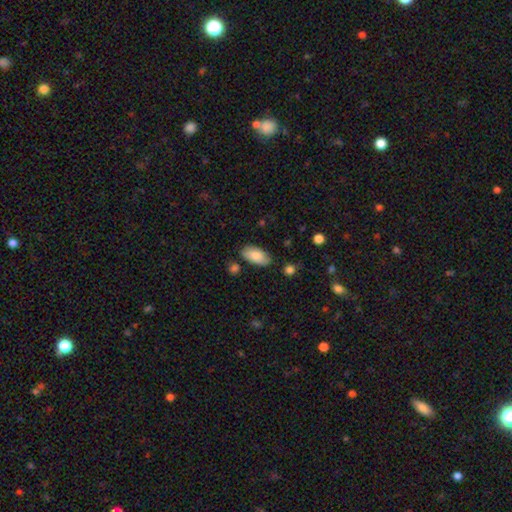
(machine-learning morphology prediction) smooth_or_featured: smooth (p=0.84) [alt: featured or disk p=0.09]
how_rounded: in between (p=0.93) [alt: cigar-shaped p=0.05]
merging: none (p=0.80) [alt: minor disturbance p=0.14]